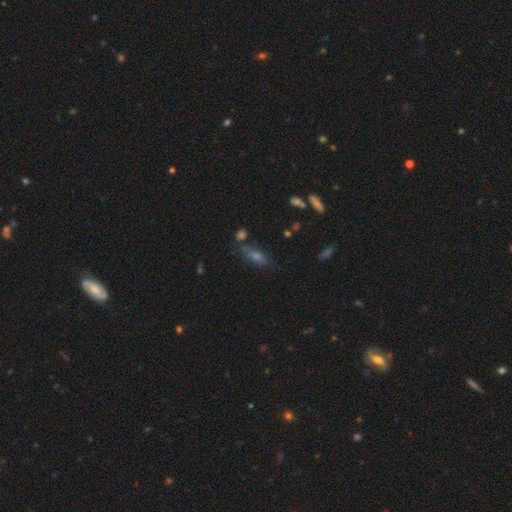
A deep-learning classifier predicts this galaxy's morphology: Smooth or featured: smooth — 47% (star or artifact — 28%)
Merging: none — 67% (minor disturbance — 15%)